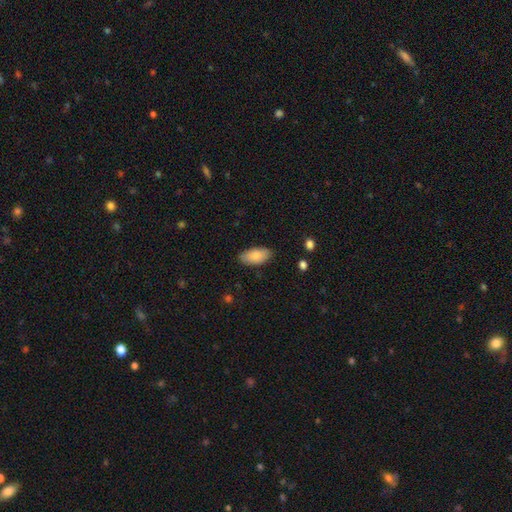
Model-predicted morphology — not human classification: Smooth or featured: smooth — 87% (featured or disk — 7%)
How rounded: in between — 93% (cigar-shaped — 5%)
Merging: none — 85% (minor disturbance — 11%)